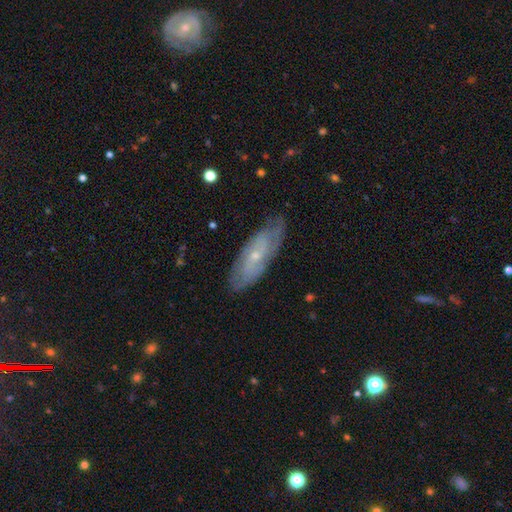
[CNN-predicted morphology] Smooth or featured? Predicted: featured or disk (p=0.68). Edge-on disk? Predicted: no (p=0.83). Bar? Predicted: no (p=0.64). Spiral arms? Predicted: yes (p=0.82). Bulge size? Predicted: small (p=0.73). Merging? Predicted: none (p=0.75).